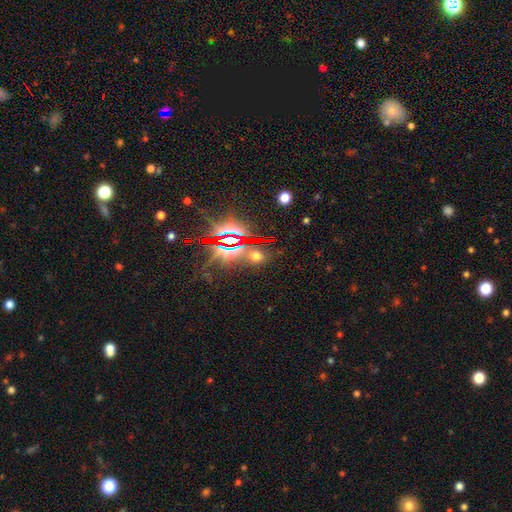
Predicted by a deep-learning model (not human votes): Morphology: type=star or artifact (55%).